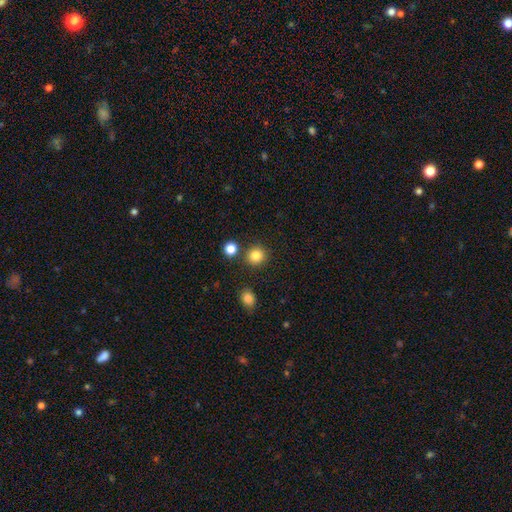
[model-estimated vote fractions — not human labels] smooth 83%, star or artifact 12%, featured or disk 5%. Down the decision tree: how rounded — round (91%); merging — none (86%).